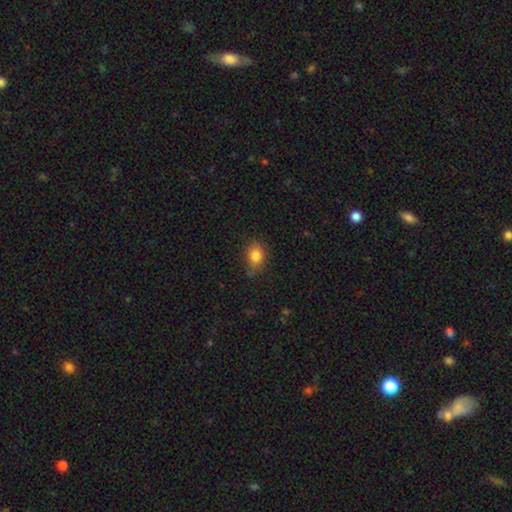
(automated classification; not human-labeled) smooth 83%, star or artifact 10%, featured or disk 8%. Down the decision tree: how rounded — in between (73%); merging — none (70%).